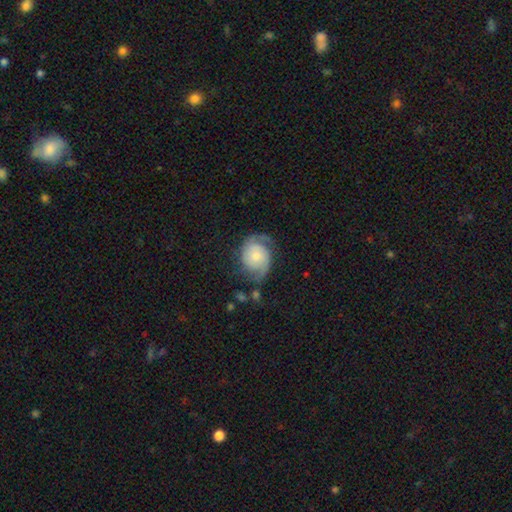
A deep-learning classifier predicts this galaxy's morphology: This appears to be a featured or disk galaxy (77%) with no bar (73%), 2 (88%) medium (44%) spiral arms (95%) and a small central bulge (49%). Merging: none (62%).